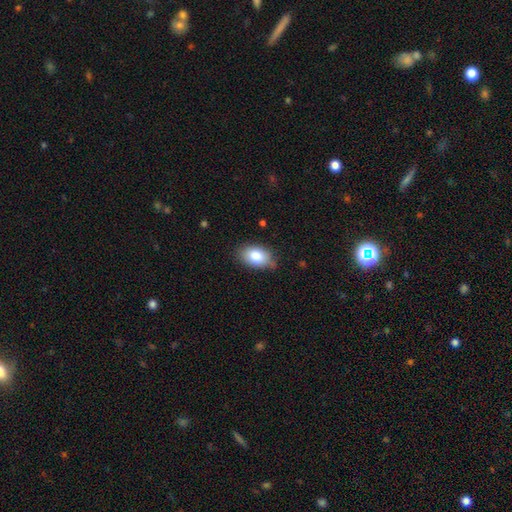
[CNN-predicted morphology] Q: Smooth or featured?
A: smooth (81%); runner-up: featured or disk (11%)
Q: How rounded?
A: in between (89%); runner-up: round (9%)
Q: Merging?
A: none (78%); runner-up: minor disturbance (17%)